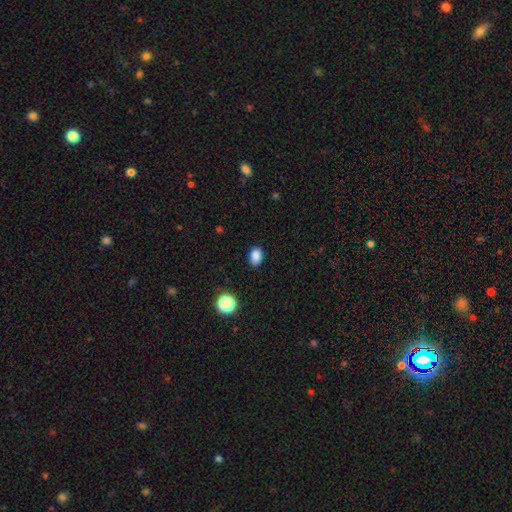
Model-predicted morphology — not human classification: This is clearly a smooth galaxy (85%). How rounded: likely in between (77%). Merging: clearly none (86%).